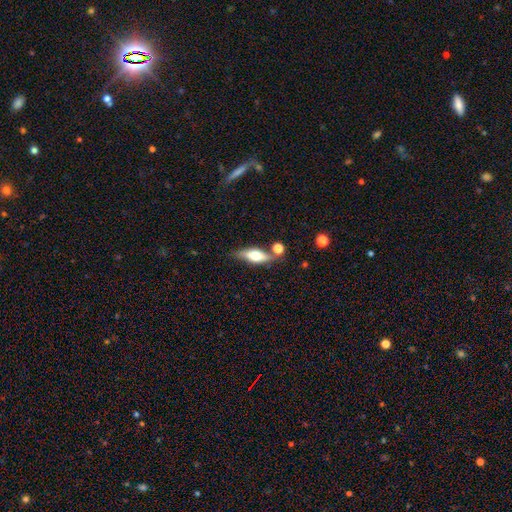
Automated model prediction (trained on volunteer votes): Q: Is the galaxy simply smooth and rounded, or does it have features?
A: smooth — 50%.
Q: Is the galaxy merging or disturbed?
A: none — 67%.